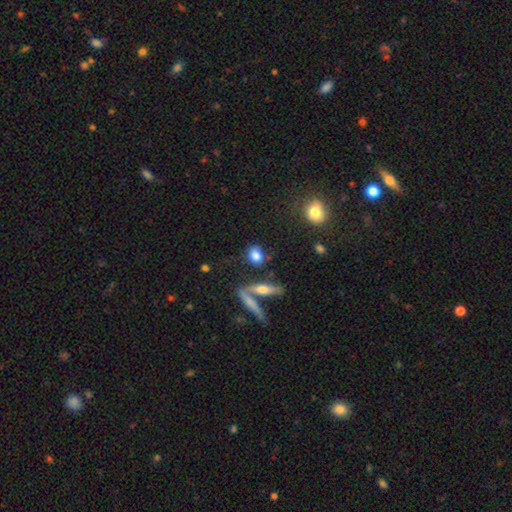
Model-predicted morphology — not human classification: smooth_or_featured: smooth (p=0.80) [alt: featured or disk p=0.11]
how_rounded: in between (p=0.59) [alt: round p=0.32]
merging: none (p=0.66) [alt: merger p=0.15]